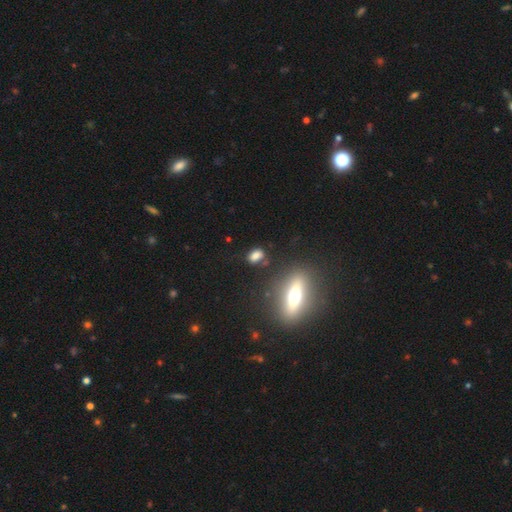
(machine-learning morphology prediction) Smooth or featured? smooth (73%)
How rounded? in between (72%)
Merging? none (69%)